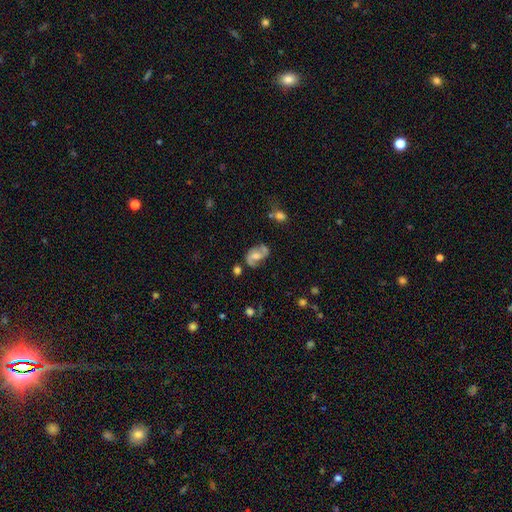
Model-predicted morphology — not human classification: Smooth or featured?
  - featured or disk: 74% *
  - smooth: 19%
  - star or artifact: 7%
Edge-on disk?
  - no: 97% *
  - yes: 3%
Bar?
  - no: 47% *
  - weak: 41%
  - strong: 12%
Spiral arms?
  - yes: 91% *
  - no: 9%
Spiral winding?
  - medium: 43% *
  - loose: 42%
  - tight: 15%
Spiral arm count?
  - 2: 89% *
  - can't tell: 5%
  - 1: 3%
  - 3: 1%
  - 4: 1%
  - more than 4: 1%
Bulge size?
  - moderate: 56% *
  - small: 29%
  - large: 7%
  - none: 7%
  - dominant: 1%
Merging?
  - none: 66% *
  - minor disturbance: 20%
  - major disturbance: 9%
  - merger: 5%